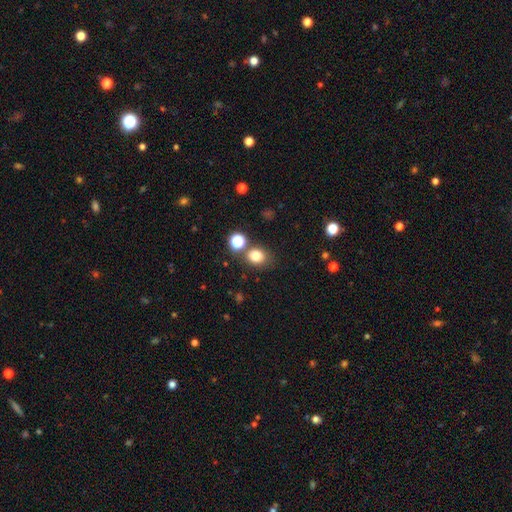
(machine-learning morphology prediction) type=smooth (79%); roundness=round (66%); merging=none (72%).